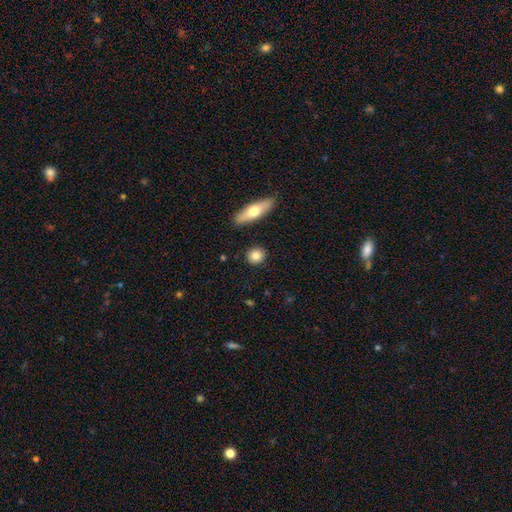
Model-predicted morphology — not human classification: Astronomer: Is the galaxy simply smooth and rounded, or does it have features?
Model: smooth — 83%.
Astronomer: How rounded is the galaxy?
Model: round — 80%.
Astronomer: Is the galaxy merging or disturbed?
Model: none — 89%.